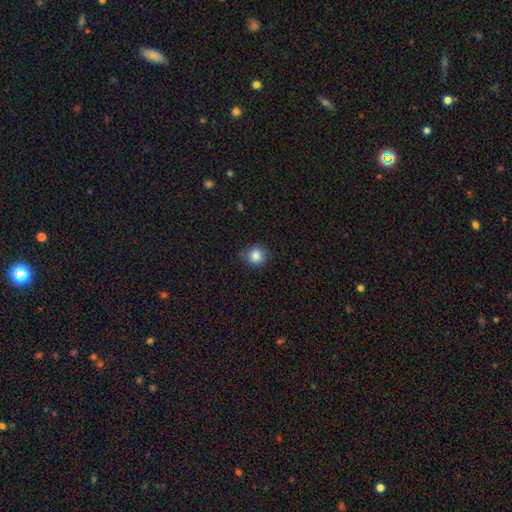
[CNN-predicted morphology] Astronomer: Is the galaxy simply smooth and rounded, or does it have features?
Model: smooth — 85%.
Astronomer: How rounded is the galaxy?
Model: round — 92%.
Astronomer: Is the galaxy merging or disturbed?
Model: none — 82%.